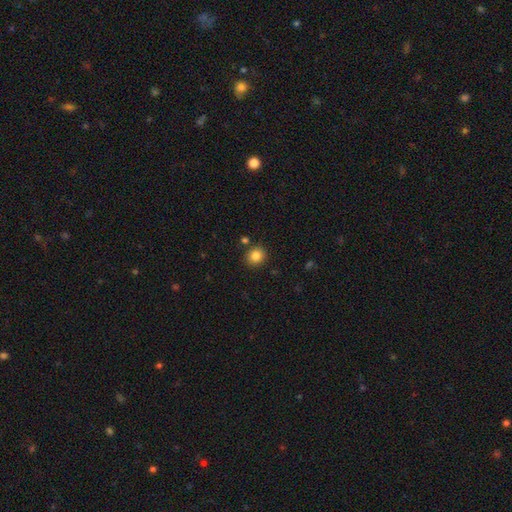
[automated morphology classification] This appears to be a smooth galaxy with no disk features (85%) that is round (83%). Merging: none (86%).